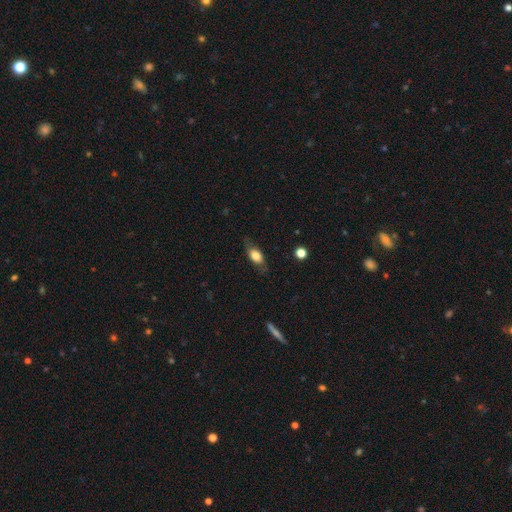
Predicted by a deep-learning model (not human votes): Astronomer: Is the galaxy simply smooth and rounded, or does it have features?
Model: smooth — 68%.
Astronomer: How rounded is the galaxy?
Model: in between — 81%.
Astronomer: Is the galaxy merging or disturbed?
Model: none — 72%.